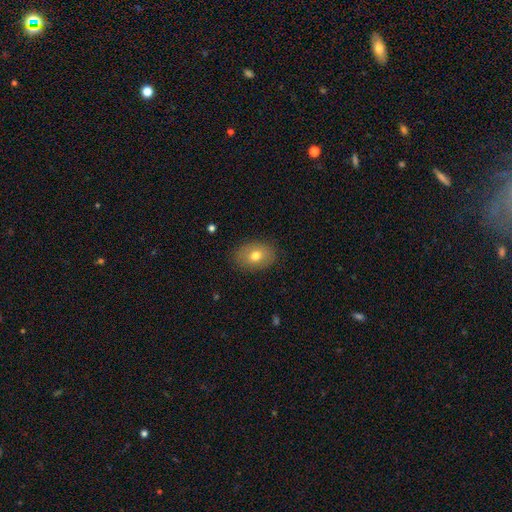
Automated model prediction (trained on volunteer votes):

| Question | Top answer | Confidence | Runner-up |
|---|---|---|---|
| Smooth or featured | smooth | 73% | featured or disk (19%) |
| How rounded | in between | 74% | round (25%) |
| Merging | none | 85% | minor disturbance (11%) |